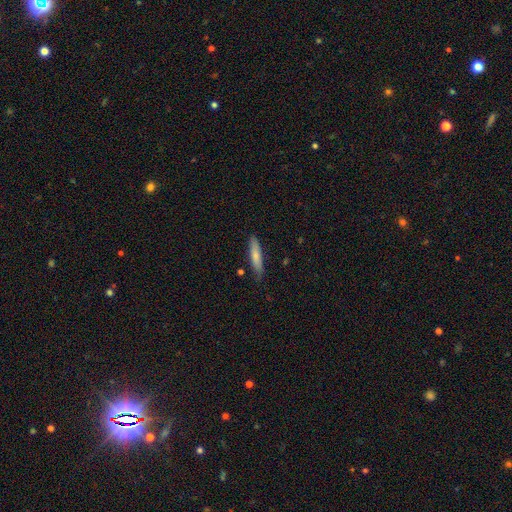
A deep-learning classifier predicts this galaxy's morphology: A smooth galaxy with no disk features (72%) that is cigar-shaped (84%). Merging: none (79%).